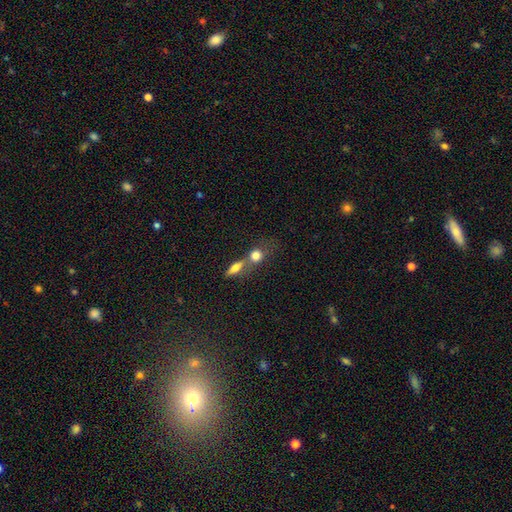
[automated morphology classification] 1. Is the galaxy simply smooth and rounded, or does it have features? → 75% smooth, 14% featured or disk, 10% star or artifact.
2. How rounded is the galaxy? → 57% round, 35% in between, 8% cigar-shaped.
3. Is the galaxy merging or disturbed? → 52% merger, 33% none, 9% minor disturbance, 6% major disturbance.